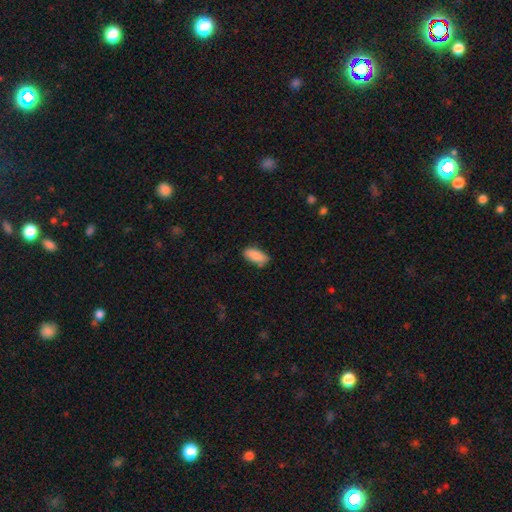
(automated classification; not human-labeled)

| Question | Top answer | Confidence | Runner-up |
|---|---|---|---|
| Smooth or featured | smooth | 88% | star or artifact (6%) |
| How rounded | in between | 88% | cigar-shaped (10%) |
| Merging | none | 78% | minor disturbance (17%) |